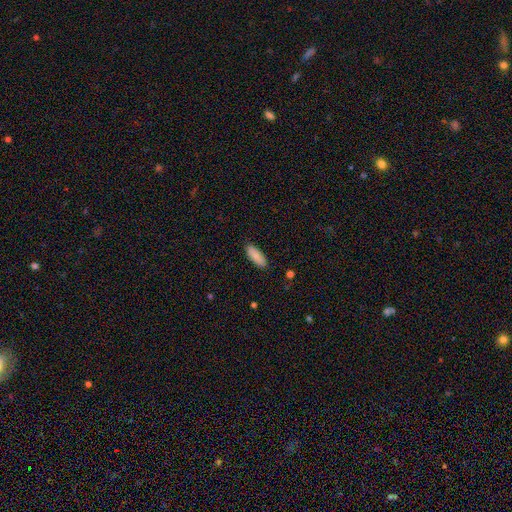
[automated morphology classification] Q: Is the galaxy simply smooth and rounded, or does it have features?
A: smooth — 88%.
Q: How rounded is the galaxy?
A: in between — 73%.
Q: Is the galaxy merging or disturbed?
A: none — 88%.